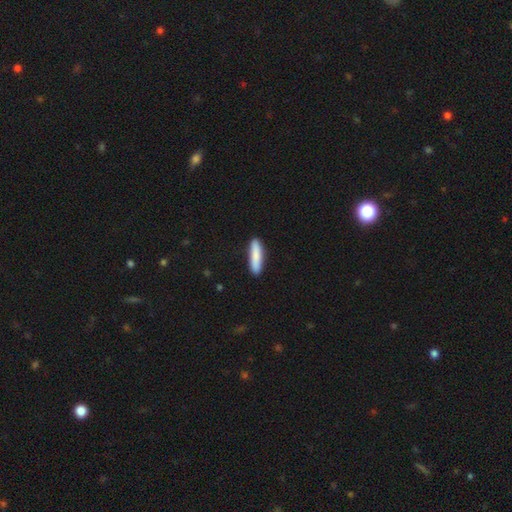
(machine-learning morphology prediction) Smooth or featured?
  - smooth: 85% *
  - featured or disk: 10%
  - star or artifact: 5%
How rounded?
  - cigar-shaped: 82% *
  - in between: 16%
  - round: 1%
Merging?
  - none: 89% *
  - minor disturbance: 8%
  - major disturbance: 2%
  - merger: 1%